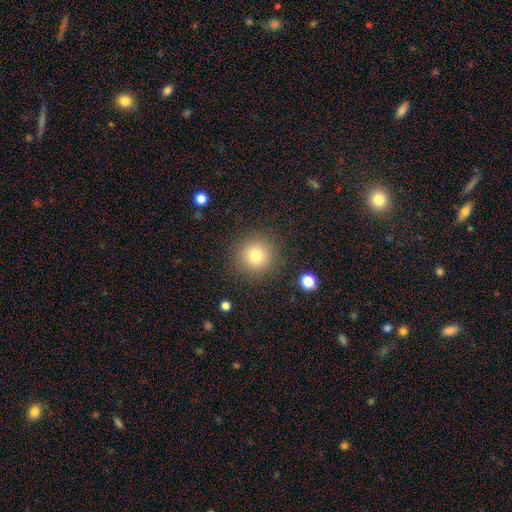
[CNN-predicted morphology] Q: Smooth or featured?
A: smooth (78%); runner-up: star or artifact (13%)
Q: How rounded?
A: round (95%); runner-up: in between (4%)
Q: Merging?
A: none (89%); runner-up: minor disturbance (7%)